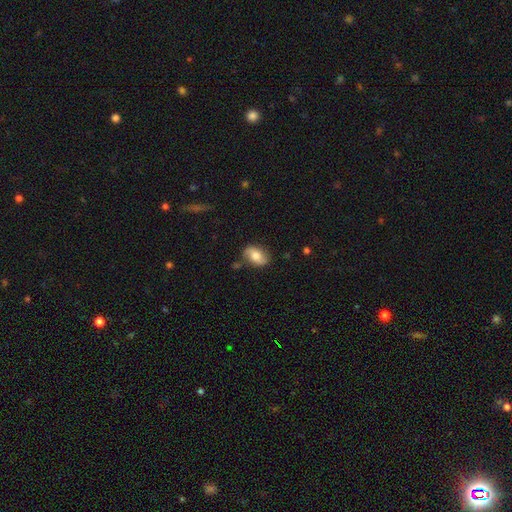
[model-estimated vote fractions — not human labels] smooth 53%, featured or disk 39%, star or artifact 8%. Down the decision tree: how rounded — in between (84%); merging — none (75%).